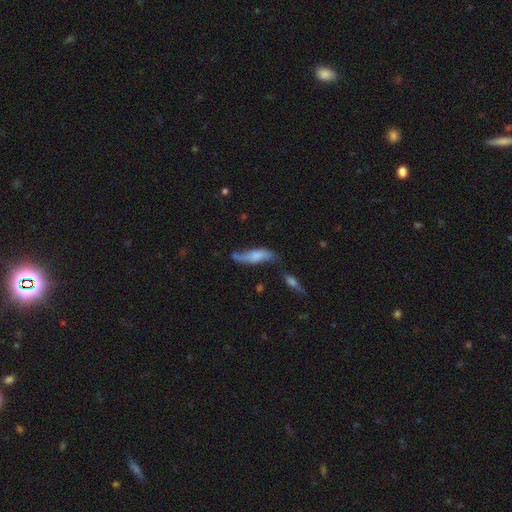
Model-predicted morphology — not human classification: Smooth or featured?
  - smooth: 56% *
  - featured or disk: 37%
  - star or artifact: 7%
How rounded?
  - cigar-shaped: 55% *
  - in between: 42%
  - round: 3%
Merging?
  - none: 42% *
  - minor disturbance: 30%
  - major disturbance: 15%
  - merger: 13%